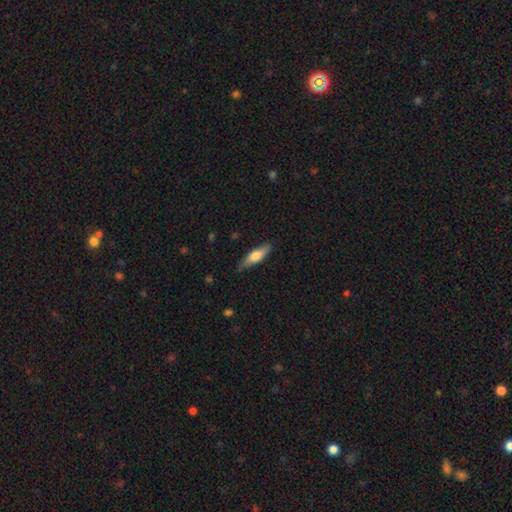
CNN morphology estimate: Smooth or featured? Predicted: smooth (p=0.65). How rounded? Predicted: cigar-shaped (p=0.58). Merging? Predicted: none (p=0.84).